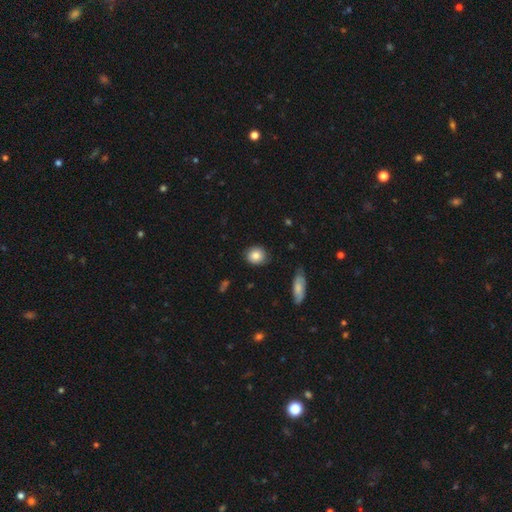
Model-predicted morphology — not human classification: smooth-or-featured: smooth: 84% | featured or disk: 9% | star or artifact: 8%
  how-rounded: round: 74% | in between: 24% | cigar-shaped: 1%
  merging: none: 84% | minor disturbance: 12% | major disturbance: 3% | merger: 1%